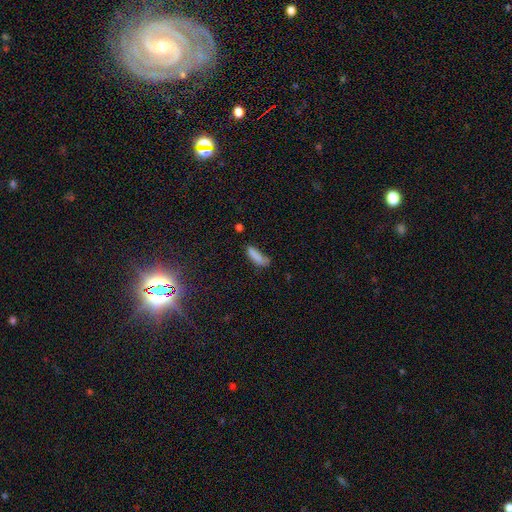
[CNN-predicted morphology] This appears to be a smooth galaxy with no disk features (81%) that is cigar-shaped (54%). Merging: none (49%).